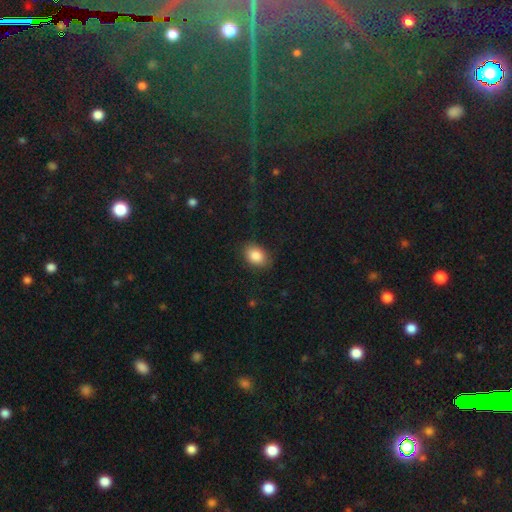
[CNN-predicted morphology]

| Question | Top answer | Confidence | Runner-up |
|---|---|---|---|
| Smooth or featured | smooth | 86% | star or artifact (8%) |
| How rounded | in between | 76% | round (23%) |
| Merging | none | 83% | minor disturbance (13%) |